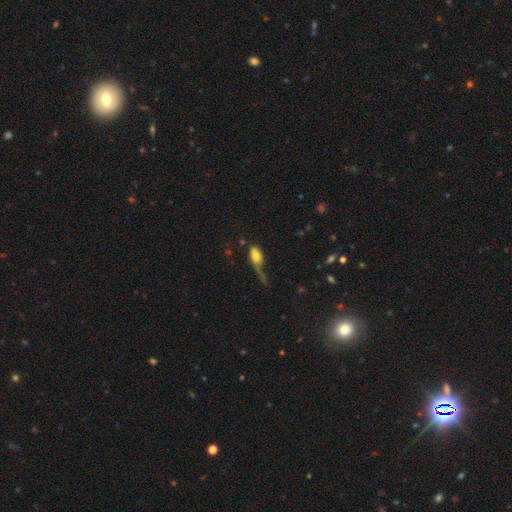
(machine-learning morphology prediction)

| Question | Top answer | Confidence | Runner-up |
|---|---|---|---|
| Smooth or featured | smooth | 70% | featured or disk (21%) |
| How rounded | in between | 81% | cigar-shaped (11%) |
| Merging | major disturbance | 45% | minor disturbance (25%) |